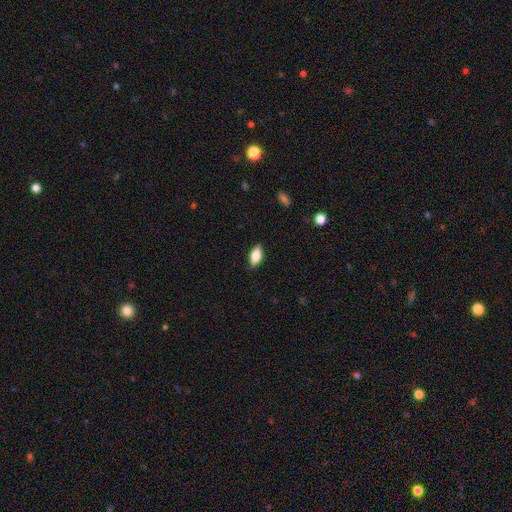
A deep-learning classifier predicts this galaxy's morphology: The model was most divided on "smooth or featured": smooth: 80%, featured or disk: 13%, star or artifact: 7%. More confident: merging — none (87%); how rounded — in between (87%).